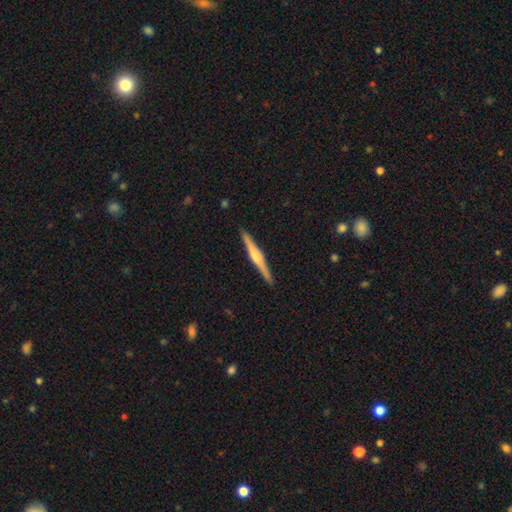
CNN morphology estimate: type=featured or disk (70%); edge-on=yes (98%); edge-on bulge=rounded (74%); merging=none (92%).